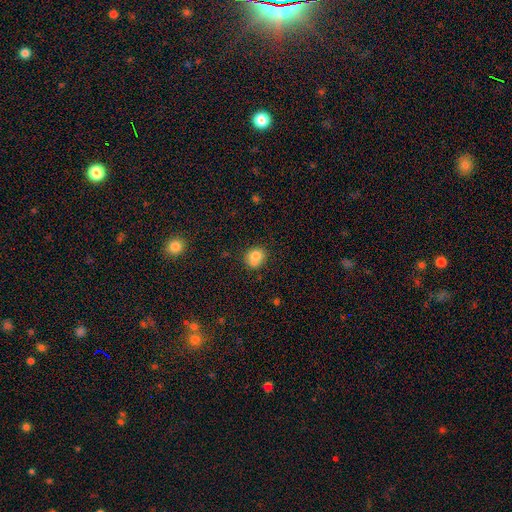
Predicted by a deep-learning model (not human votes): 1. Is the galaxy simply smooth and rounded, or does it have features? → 78% smooth, 11% featured or disk, 11% star or artifact.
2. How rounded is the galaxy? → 74% round, 25% in between, 1% cigar-shaped.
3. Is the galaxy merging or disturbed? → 54% none, 26% merger, 16% minor disturbance, 4% major disturbance.